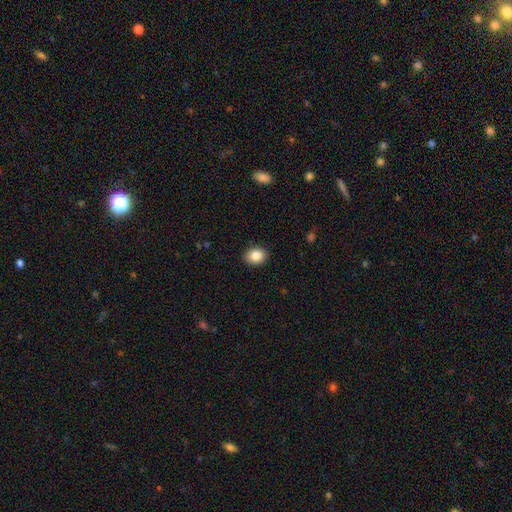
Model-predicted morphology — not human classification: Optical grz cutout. It shows a smooth galaxy with no disk features (85%) that is in between round and cigar-shaped (56%). Merging: none (90%).